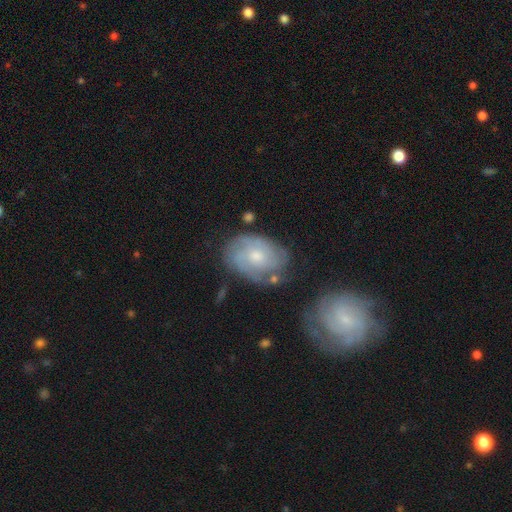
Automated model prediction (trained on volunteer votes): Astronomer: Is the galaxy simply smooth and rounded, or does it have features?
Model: featured or disk — 71%.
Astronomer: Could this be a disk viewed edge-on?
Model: no — 96%.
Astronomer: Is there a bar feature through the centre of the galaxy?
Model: no — 71%.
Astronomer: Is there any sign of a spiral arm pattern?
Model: yes — 89%.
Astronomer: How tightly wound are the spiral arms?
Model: tight — 59%.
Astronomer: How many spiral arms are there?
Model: can't tell — 40% (runner-up: 2, 22%).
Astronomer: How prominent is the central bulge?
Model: moderate — 52% (runner-up: small, 41%).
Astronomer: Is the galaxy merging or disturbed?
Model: none — 66%.